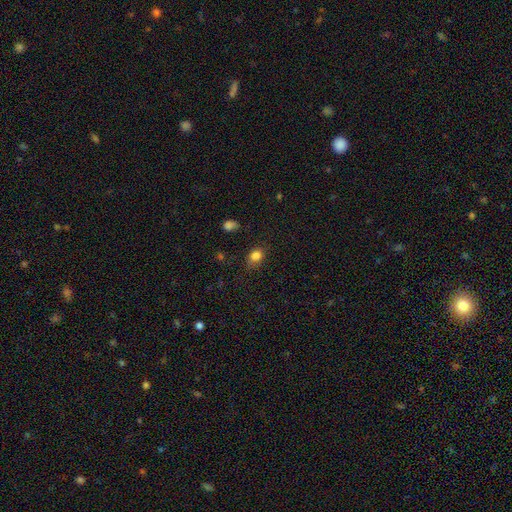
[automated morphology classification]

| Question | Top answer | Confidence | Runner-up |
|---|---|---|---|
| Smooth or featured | smooth | 82% | star or artifact (12%) |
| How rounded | in between | 60% | round (38%) |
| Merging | none | 64% | minor disturbance (25%) |